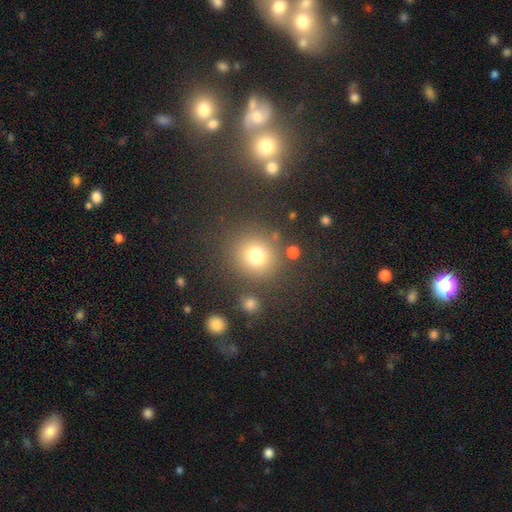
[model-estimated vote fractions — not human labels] smooth_or_featured: smooth (p=0.76) [alt: star or artifact p=0.16]
how_rounded: round (p=0.89) [alt: in between p=0.10]
merging: none (p=0.81) [alt: minor disturbance p=0.09]